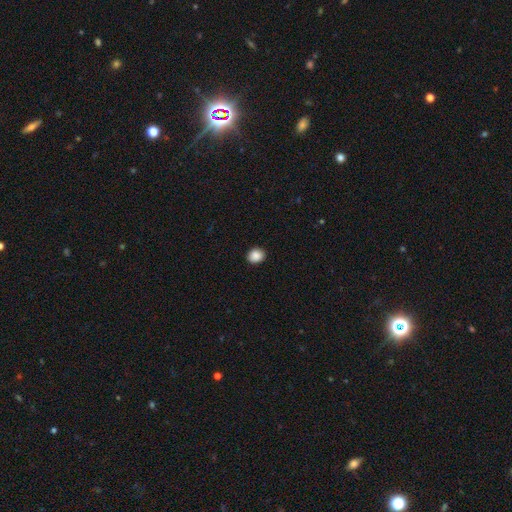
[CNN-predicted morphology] smooth-or-featured: smooth: 89% | star or artifact: 9% | featured or disk: 3%
  how-rounded: round: 63% | in between: 36% | cigar-shaped: 1%
  merging: none: 91% | minor disturbance: 6% | major disturbance: 2% | merger: 1%